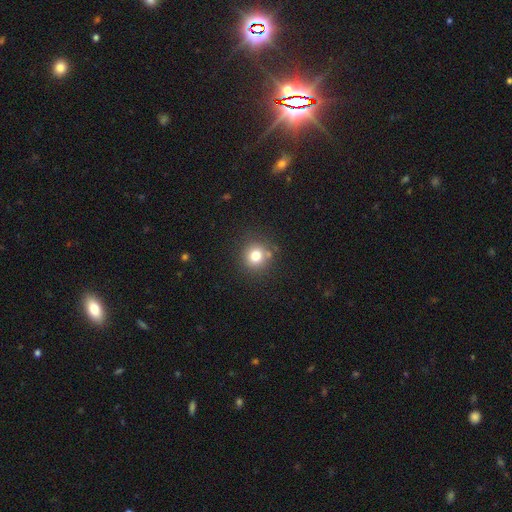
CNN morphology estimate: Q: Smooth or featured?
A: smooth (78%); runner-up: star or artifact (14%)
Q: How rounded?
A: round (90%); runner-up: in between (9%)
Q: Merging?
A: none (81%); runner-up: minor disturbance (10%)